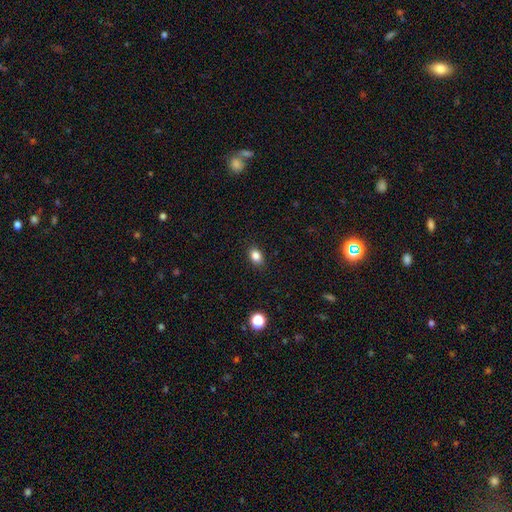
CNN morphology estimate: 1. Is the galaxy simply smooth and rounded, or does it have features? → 84% smooth, 11% star or artifact, 5% featured or disk.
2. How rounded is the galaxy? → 70% in between, 29% round, 1% cigar-shaped.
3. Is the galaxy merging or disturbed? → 88% none, 9% minor disturbance, 2% major disturbance, 1% merger.